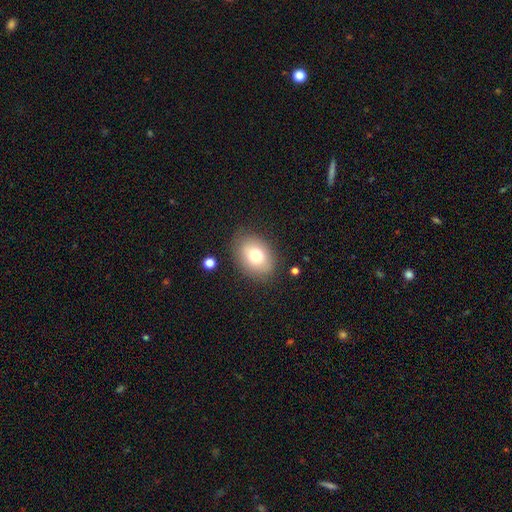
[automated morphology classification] The model was most divided on "how rounded": in between: 73%, round: 26%, cigar-shaped: 1%. More confident: merging — none (82%); smooth or featured — smooth (76%).